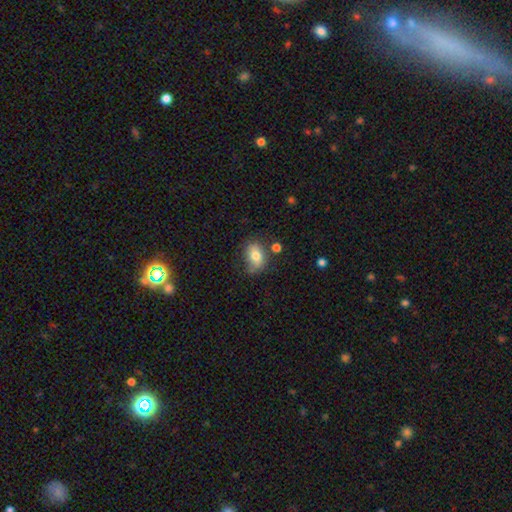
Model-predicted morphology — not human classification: Smooth or featured?
  - smooth: 72% *
  - featured or disk: 19%
  - star or artifact: 9%
How rounded?
  - in between: 81% *
  - round: 17%
  - cigar-shaped: 2%
Merging?
  - none: 54% *
  - minor disturbance: 29%
  - major disturbance: 10%
  - merger: 7%